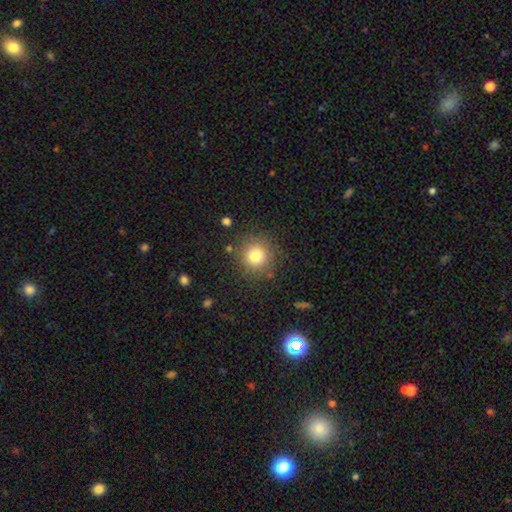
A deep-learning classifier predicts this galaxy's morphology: The model was most divided on "smooth or featured": smooth: 79%, star or artifact: 13%, featured or disk: 8%. More confident: how rounded — round (94%); merging — none (86%).